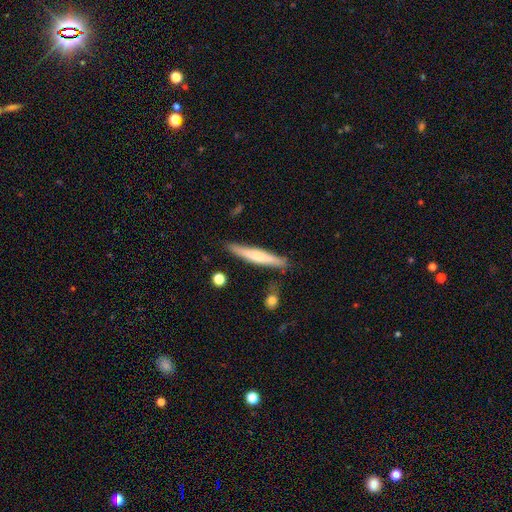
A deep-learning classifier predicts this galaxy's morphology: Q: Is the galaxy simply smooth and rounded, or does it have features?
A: featured or disk — 48%.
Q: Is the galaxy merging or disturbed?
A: none — 84%.